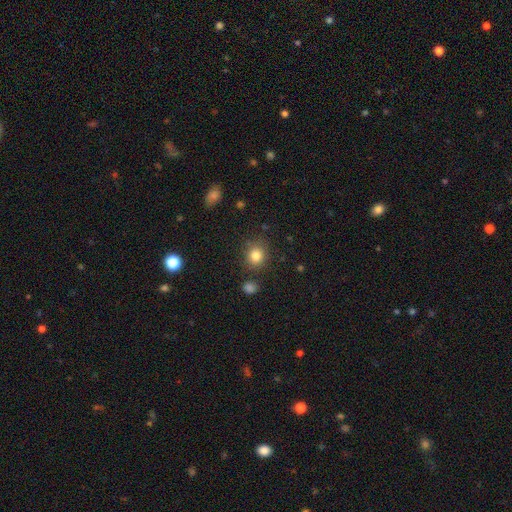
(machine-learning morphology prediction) smooth-or-featured: smooth: 82% | star or artifact: 12% | featured or disk: 6%
  how-rounded: round: 80% | in between: 19% | cigar-shaped: 1%
  merging: none: 83% | minor disturbance: 10% | merger: 4% | major disturbance: 3%